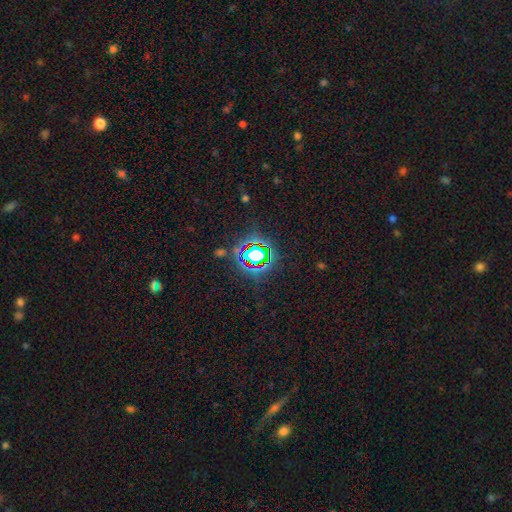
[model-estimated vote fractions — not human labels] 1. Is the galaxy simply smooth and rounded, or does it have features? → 72% star or artifact, 17% smooth, 11% featured or disk.